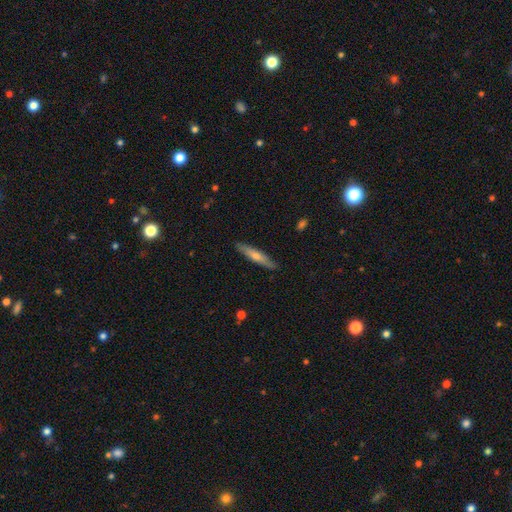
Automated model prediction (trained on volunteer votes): Overall: featured or disk (50%; smooth 43%). Merging: none (89%).